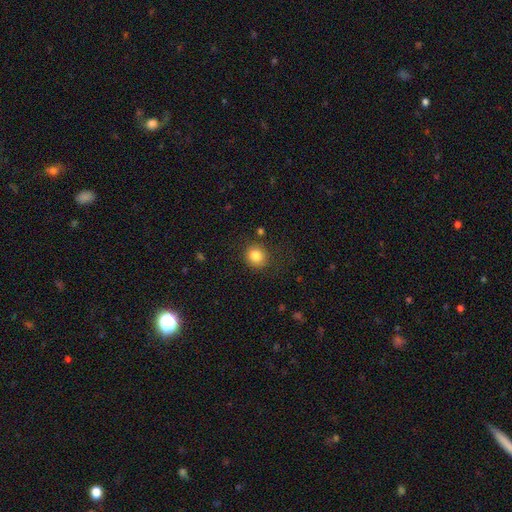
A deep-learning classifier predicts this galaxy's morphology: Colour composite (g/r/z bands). It shows a smooth galaxy with no disk features (83%) that is round (87%). Merging: none (84%).